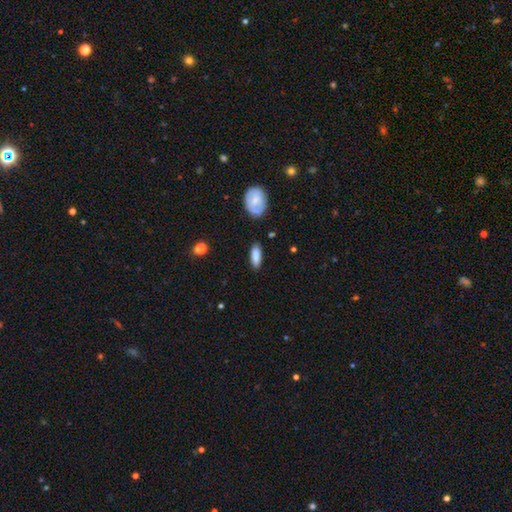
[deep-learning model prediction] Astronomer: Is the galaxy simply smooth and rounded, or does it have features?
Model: smooth — 84%.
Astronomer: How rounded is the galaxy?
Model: in between — 60% (runner-up: cigar-shaped, 38%).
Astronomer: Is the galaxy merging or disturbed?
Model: none — 80%.